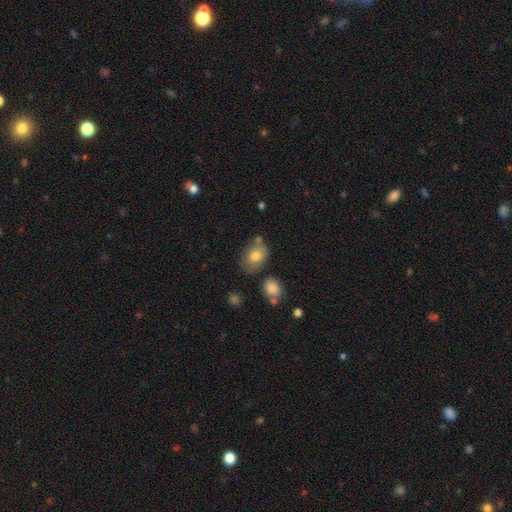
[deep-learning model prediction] The model was most divided on "merging": none: 62%, minor disturbance: 20%, merger: 12%, major disturbance: 5%. More confident: smooth or featured — smooth (77%); how rounded — in between (72%).